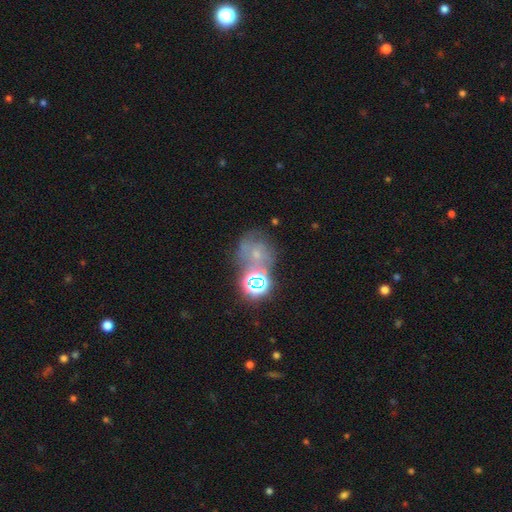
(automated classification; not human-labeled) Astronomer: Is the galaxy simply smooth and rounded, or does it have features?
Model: star or artifact — 40% (runner-up: featured or disk, 34%).